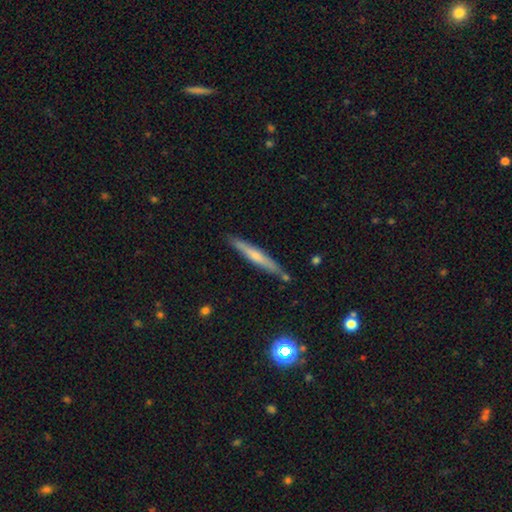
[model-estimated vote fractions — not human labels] This appears to be a featured or disk galaxy (47%). Merging: none (83%).